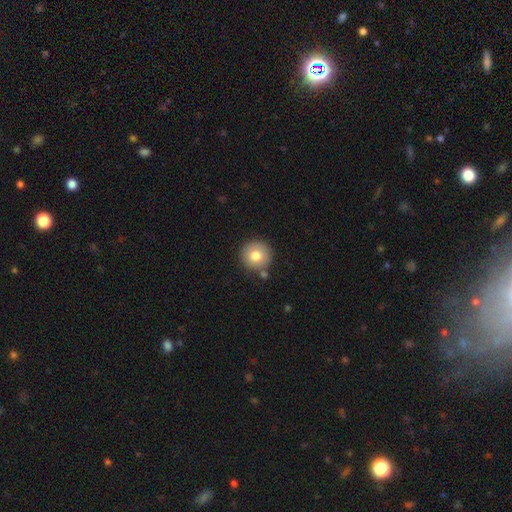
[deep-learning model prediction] A smooth galaxy with no disk features (78%) that is round (95%). Merging: none (82%).